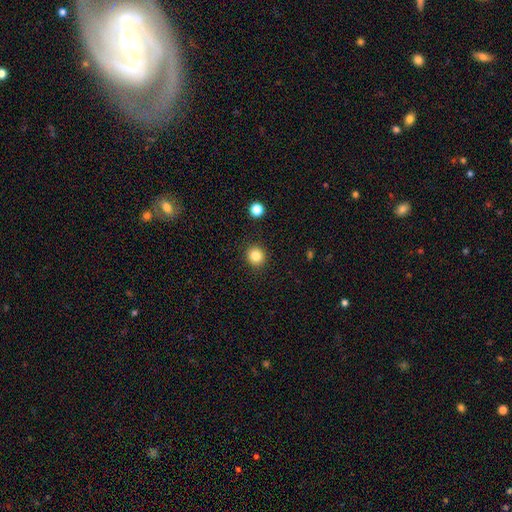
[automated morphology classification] Smooth or featured: smooth — 83% (star or artifact — 11%)
How rounded: round — 89% (in between — 10%)
Merging: none — 91% (minor disturbance — 6%)